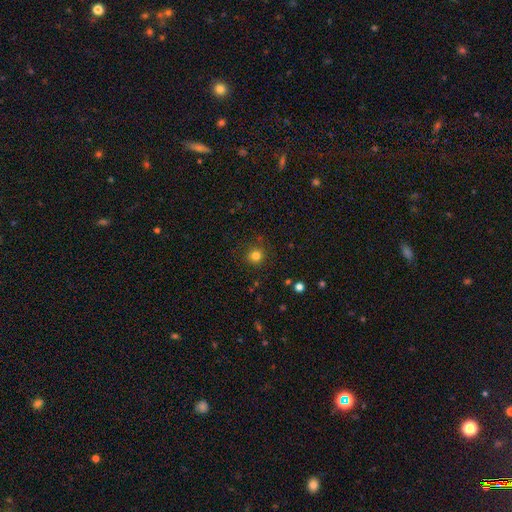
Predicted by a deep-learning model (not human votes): A smooth galaxy with no disk features (81%) that is round (92%).

Vote fractions:
- Smooth or featured? smooth: 81% / star or artifact: 13% / featured or disk: 5%
- How rounded? round: 92% / in between: 7% / cigar-shaped: 1%
- Merging? none: 88% / minor disturbance: 8% / major disturbance: 3% / merger: 2%